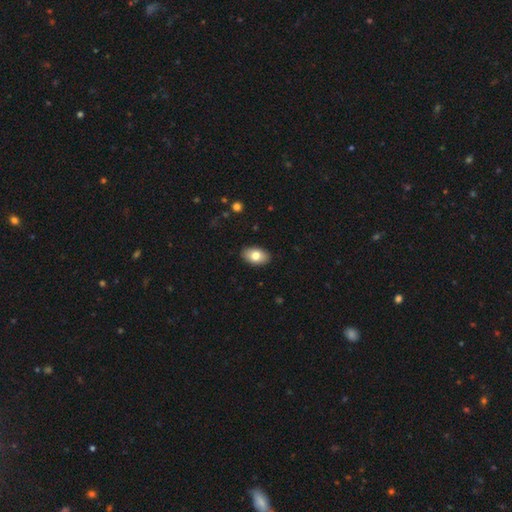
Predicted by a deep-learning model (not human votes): A smooth galaxy with no disk features (78%) that is in between round and cigar-shaped (91%). Merging: none (90%).